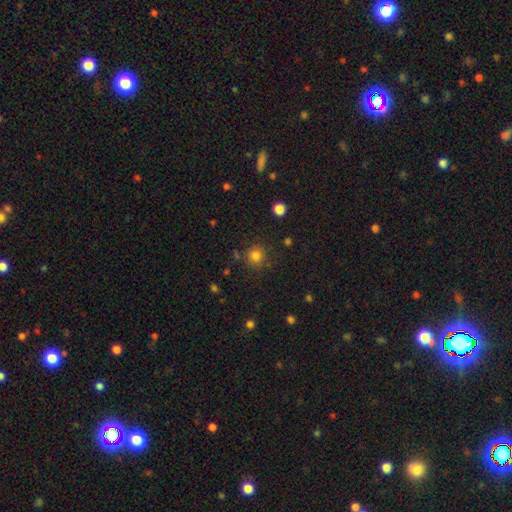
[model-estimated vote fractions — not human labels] Overall: smooth (81%). How rounded: round (91%). Merging: none (83%).